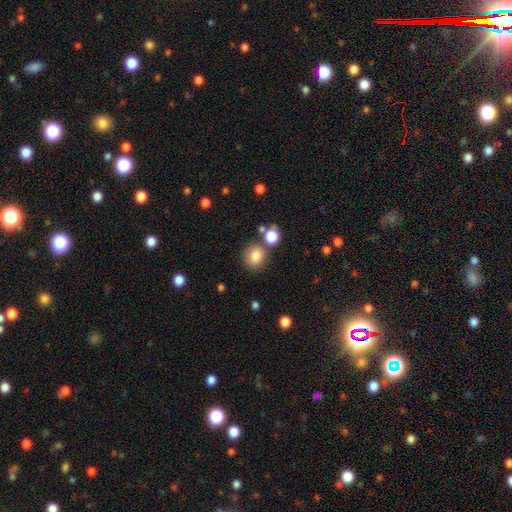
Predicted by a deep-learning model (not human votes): Smooth or featured?
  - smooth: 82% *
  - star or artifact: 11%
  - featured or disk: 7%
How rounded?
  - round: 82% *
  - in between: 17%
  - cigar-shaped: 1%
Merging?
  - none: 76% *
  - merger: 11%
  - minor disturbance: 10%
  - major disturbance: 3%